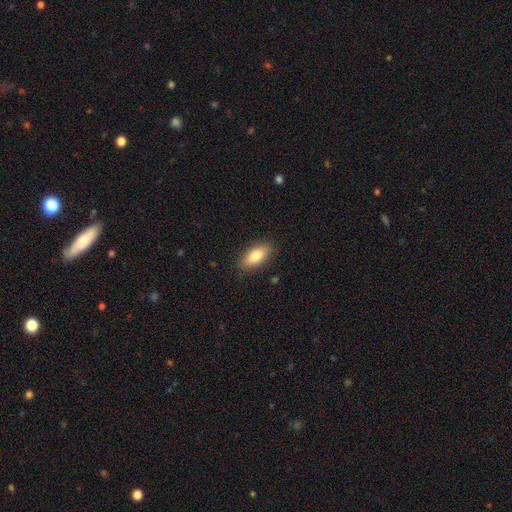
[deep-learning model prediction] A smooth galaxy with no disk features (80%) that is in between round and cigar-shaped (85%). Merging: none (87%).